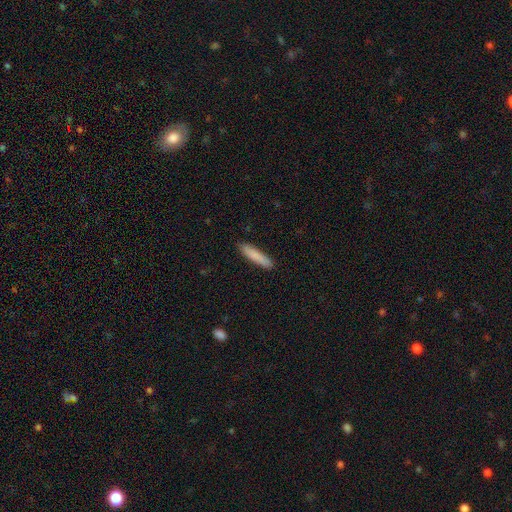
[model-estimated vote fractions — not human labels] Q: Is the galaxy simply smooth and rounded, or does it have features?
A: smooth — 85%.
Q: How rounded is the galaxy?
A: cigar-shaped — 87%.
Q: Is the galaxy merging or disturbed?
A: none — 89%.